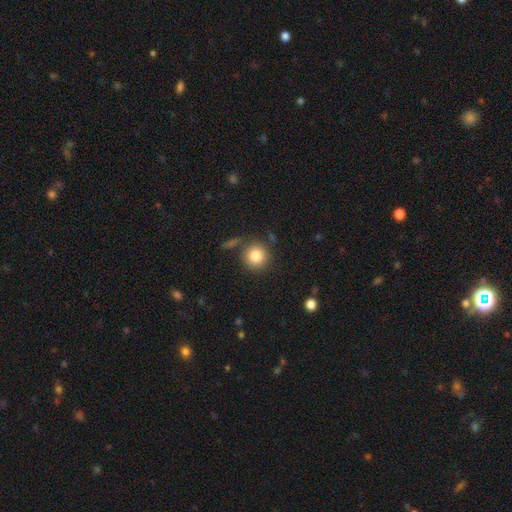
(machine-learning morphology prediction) type=smooth (83%); roundness=round (92%); merging=none (81%).